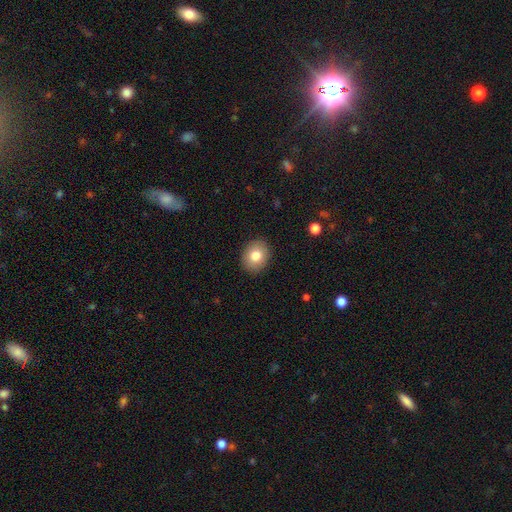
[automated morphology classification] A smooth galaxy with no disk features (80%) that is round (57%).

Vote fractions:
- Smooth or featured? smooth: 80% / featured or disk: 11% / star or artifact: 9%
- How rounded? round: 57% / in between: 42% / cigar-shaped: 1%
- Merging? none: 90% / minor disturbance: 7% / major disturbance: 2% / merger: 1%